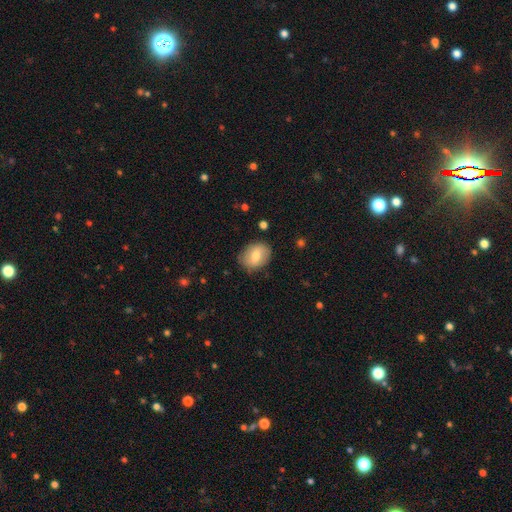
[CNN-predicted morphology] smooth_or_featured: smooth (p=0.70) [alt: featured or disk p=0.23]
how_rounded: in between (p=0.62) [alt: round p=0.37]
merging: none (p=0.83) [alt: minor disturbance p=0.13]